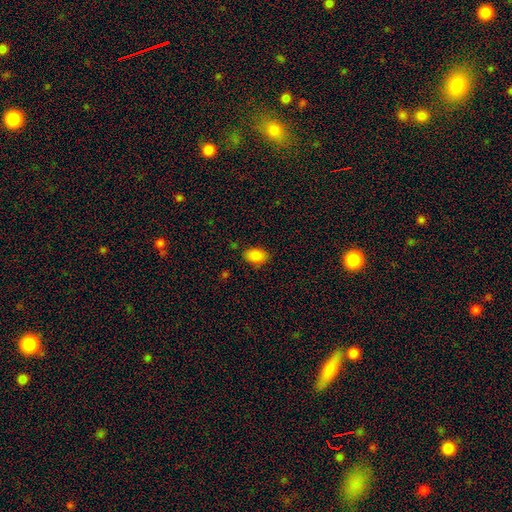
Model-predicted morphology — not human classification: Smooth or featured: smooth — 86% (star or artifact — 9%)
How rounded: in between — 85% (round — 13%)
Merging: none — 81% (minor disturbance — 14%)